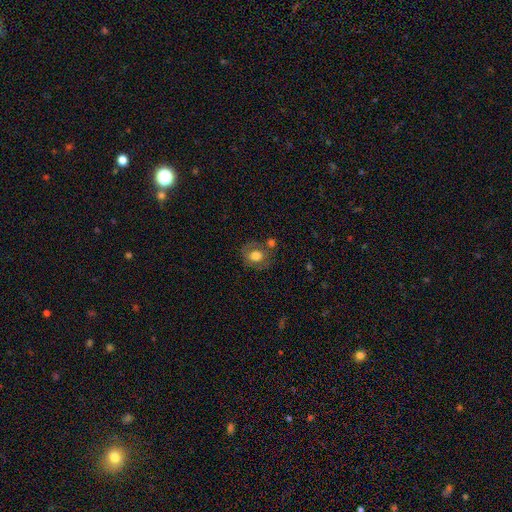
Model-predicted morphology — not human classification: This is likely a smooth galaxy (62%). How rounded: likely round (68%). Merging: likely none (60%).